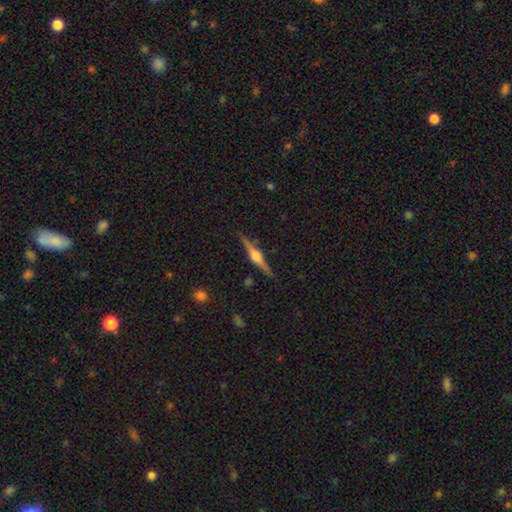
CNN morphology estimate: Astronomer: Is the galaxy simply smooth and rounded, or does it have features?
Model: featured or disk — 82%.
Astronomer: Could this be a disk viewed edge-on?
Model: yes — 98%.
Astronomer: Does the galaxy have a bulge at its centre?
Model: rounded — 90%.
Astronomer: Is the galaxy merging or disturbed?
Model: none — 89%.